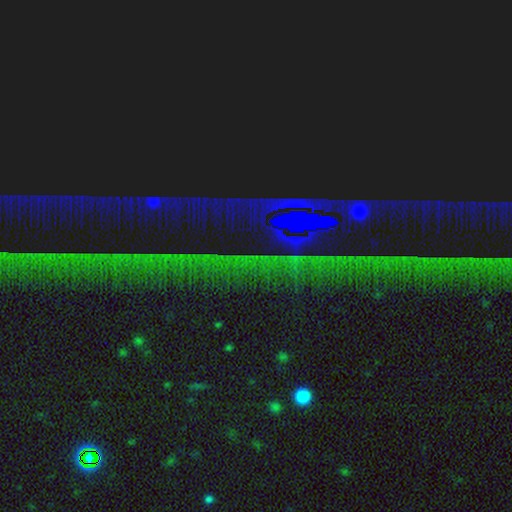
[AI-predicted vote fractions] Q: Smooth or featured?
A: star or artifact (82%); runner-up: featured or disk (10%)